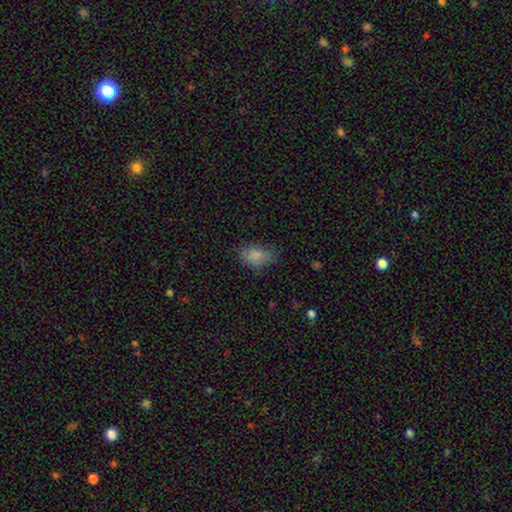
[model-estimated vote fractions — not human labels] This appears to be a smooth galaxy with no disk features (84%) that is in between round and cigar-shaped (85%). Merging: none (65%).